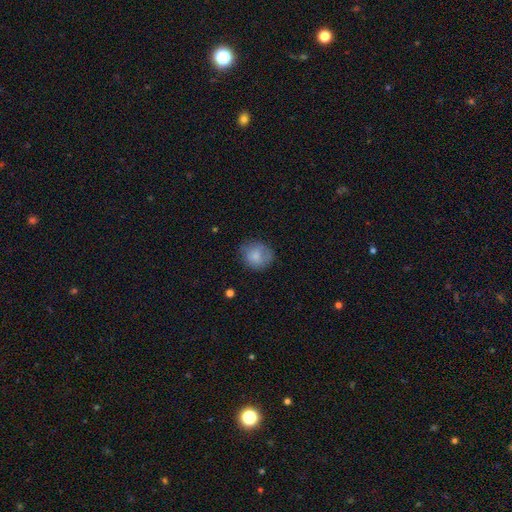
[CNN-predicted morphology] Smooth or featured?
  - smooth: 78% *
  - featured or disk: 14%
  - star or artifact: 8%
How rounded?
  - round: 75% *
  - in between: 24%
  - cigar-shaped: 1%
Merging?
  - none: 69% *
  - minor disturbance: 22%
  - major disturbance: 8%
  - merger: 1%